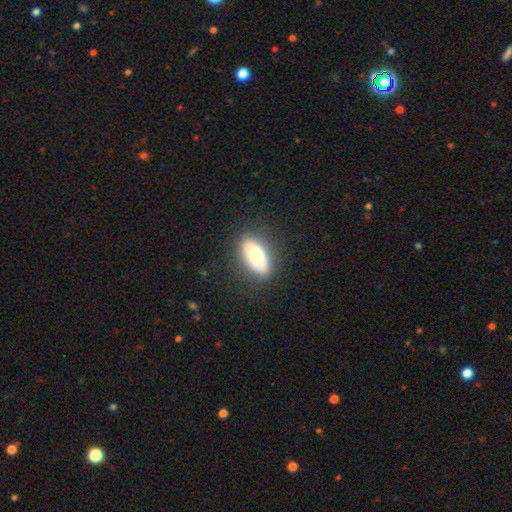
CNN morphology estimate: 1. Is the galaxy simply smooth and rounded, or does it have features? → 74% smooth, 19% featured or disk, 7% star or artifact.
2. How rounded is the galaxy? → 83% in between, 13% cigar-shaped, 4% round.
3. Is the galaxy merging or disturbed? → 84% none, 12% minor disturbance, 3% major disturbance, 1% merger.